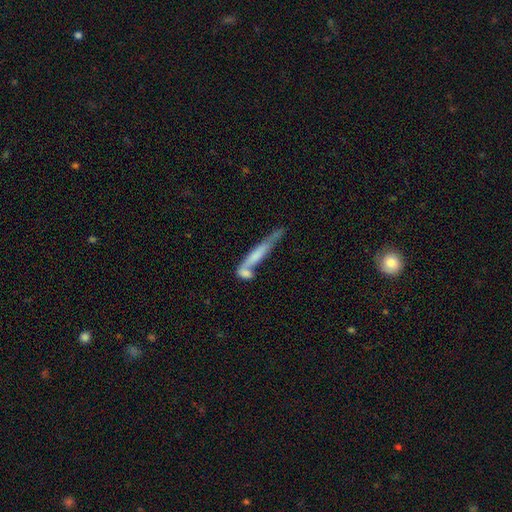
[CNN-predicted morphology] A smooth galaxy with no disk features (51%) that is cigar-shaped (89%). Merging: merger (44%).